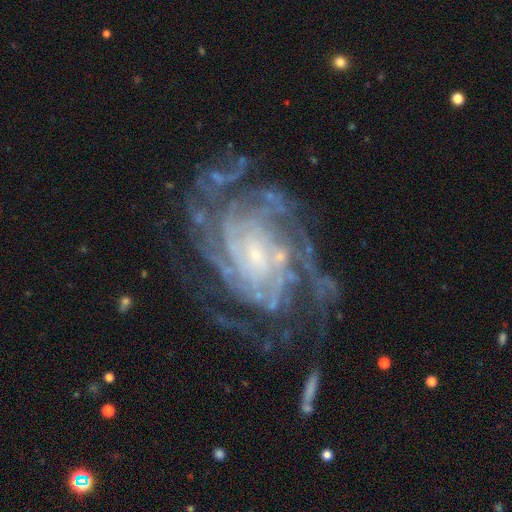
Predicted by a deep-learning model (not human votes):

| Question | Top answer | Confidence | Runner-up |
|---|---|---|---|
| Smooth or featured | featured or disk | 90% | star or artifact (6%) |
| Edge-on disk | no | 97% | yes (3%) |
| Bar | no | 58% | weak (31%) |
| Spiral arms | yes | 97% | no (3%) |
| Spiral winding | tight | 71% | medium (24%) |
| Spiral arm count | can't tell | 27% | 4 (23%) |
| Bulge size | small | 75% | moderate (16%) |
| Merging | none | 65% | minor disturbance (19%) |